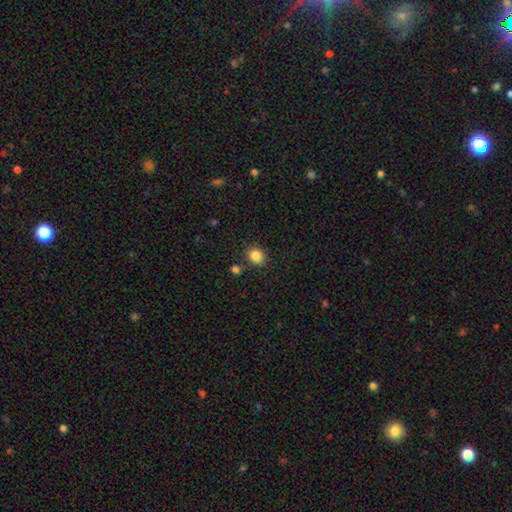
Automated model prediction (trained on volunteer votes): Smooth or featured? Predicted: smooth (p=0.85). How rounded? Predicted: round (p=0.78). Merging? Predicted: none (p=0.84).